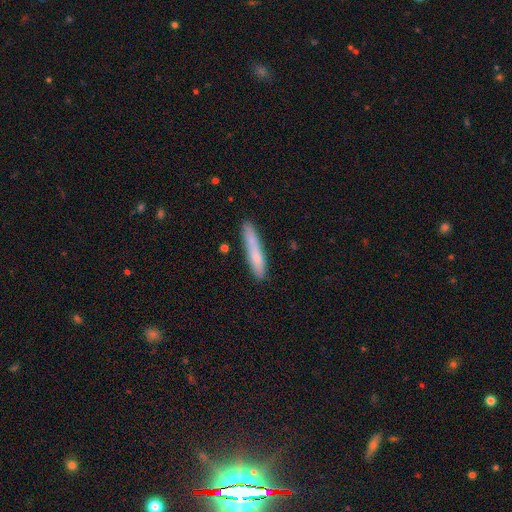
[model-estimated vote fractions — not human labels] smooth-or-featured: smooth: 71% | featured or disk: 22% | star or artifact: 7%
  how-rounded: cigar-shaped: 93% | in between: 6% | round: 1%
  merging: none: 79% | minor disturbance: 15% | merger: 4% | major disturbance: 3%